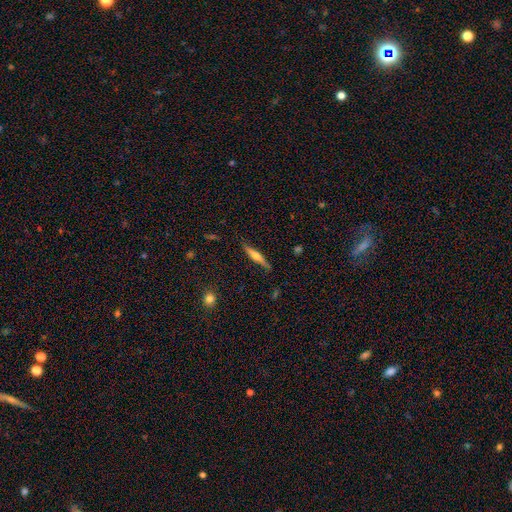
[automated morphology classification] This appears to be a featured or disk galaxy (64%) viewed edge-on (97%) with a rounded central bulge (89%). Merging: none (87%).